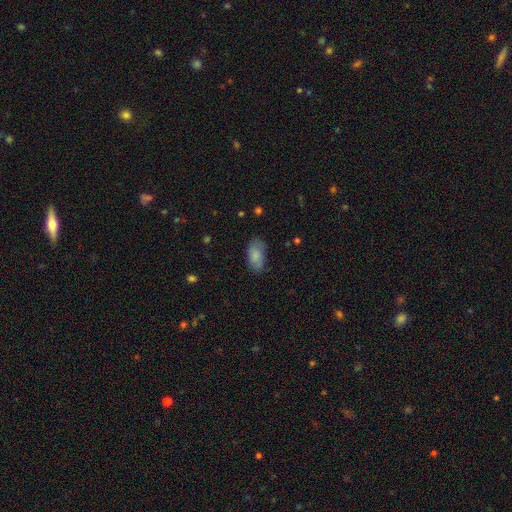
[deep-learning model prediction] A smooth galaxy with no disk features (85%) that is in between round and cigar-shaped (93%). Merging: none (74%).